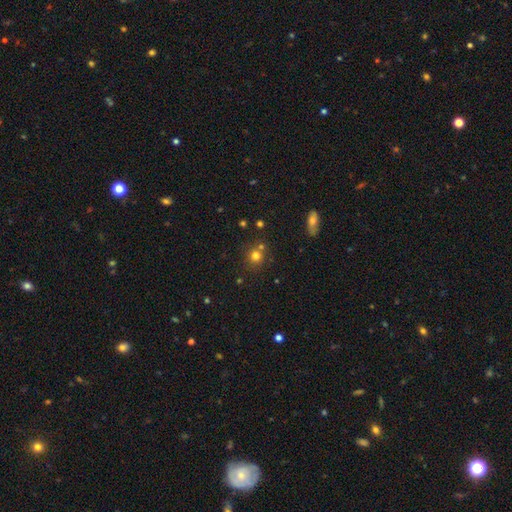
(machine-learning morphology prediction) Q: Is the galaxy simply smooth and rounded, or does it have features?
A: smooth — 75%.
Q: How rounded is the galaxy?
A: round — 88%.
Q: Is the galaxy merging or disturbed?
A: none — 69%.